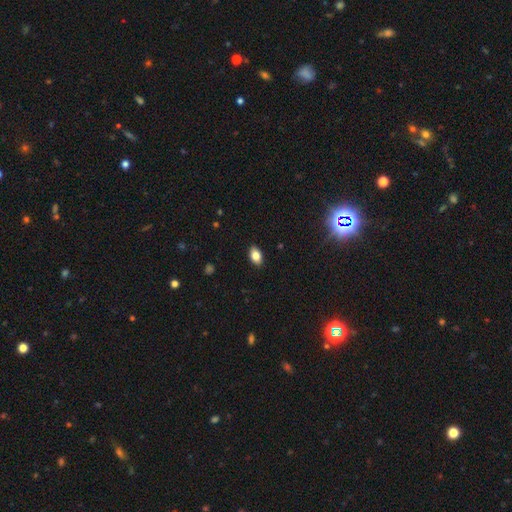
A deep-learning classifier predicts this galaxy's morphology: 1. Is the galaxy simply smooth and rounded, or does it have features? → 82% smooth, 9% featured or disk, 9% star or artifact.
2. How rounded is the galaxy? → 90% in between, 8% round, 2% cigar-shaped.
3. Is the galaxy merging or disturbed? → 89% none, 8% minor disturbance, 2% major disturbance, 1% merger.